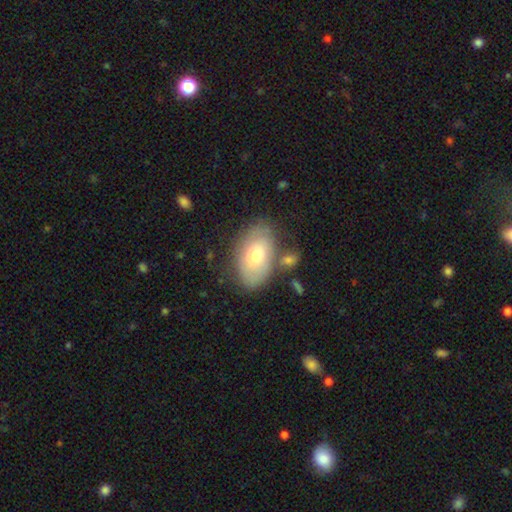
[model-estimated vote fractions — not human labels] Smooth or featured? Predicted: smooth (p=0.65). How rounded? Predicted: in between (p=0.91). Merging? Predicted: none (p=0.68).